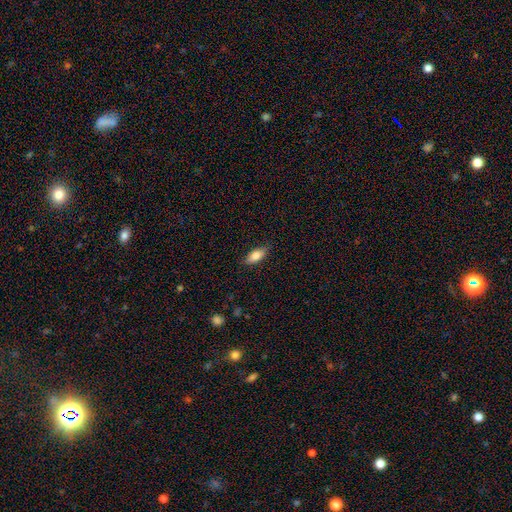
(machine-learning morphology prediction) Smooth or featured? Predicted: smooth (p=0.76). How rounded? Predicted: in between (p=0.80). Merging? Predicted: none (p=0.84).